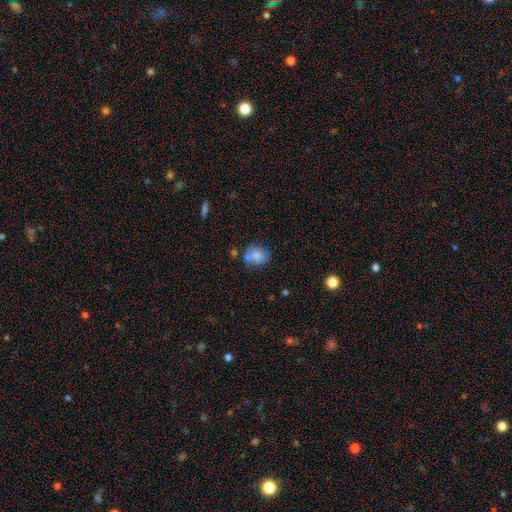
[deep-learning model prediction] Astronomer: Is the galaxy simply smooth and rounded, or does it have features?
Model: smooth — 81%.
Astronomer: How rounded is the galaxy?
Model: round — 70%.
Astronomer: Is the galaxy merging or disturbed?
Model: none — 60%.